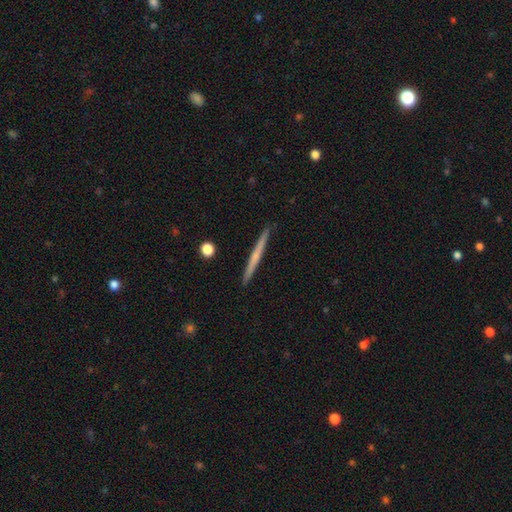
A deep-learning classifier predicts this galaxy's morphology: smooth-or-featured: featured or disk: 50% | smooth: 44% | star or artifact: 6%
  merging: none: 92% | minor disturbance: 5% | merger: 1% | major disturbance: 1%